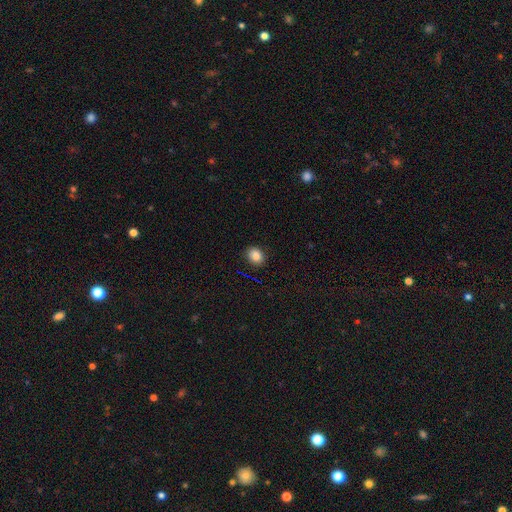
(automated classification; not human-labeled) Morphology: type=smooth (84%); roundness=round (53%); merging=none (86%).